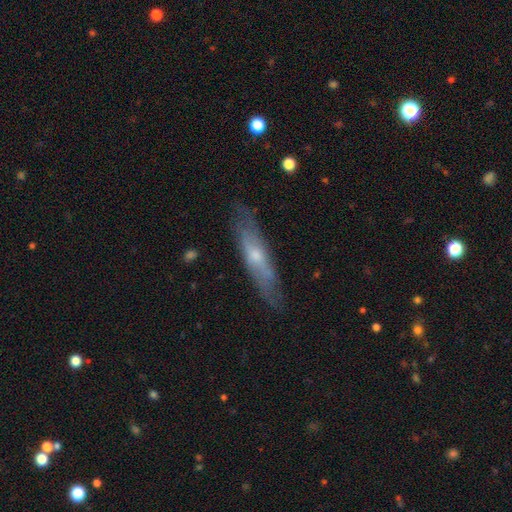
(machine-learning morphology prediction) Smooth or featured? Predicted: featured or disk (p=0.53). Edge-on disk? Predicted: yes (p=0.60). Merging? Predicted: none (p=0.77).